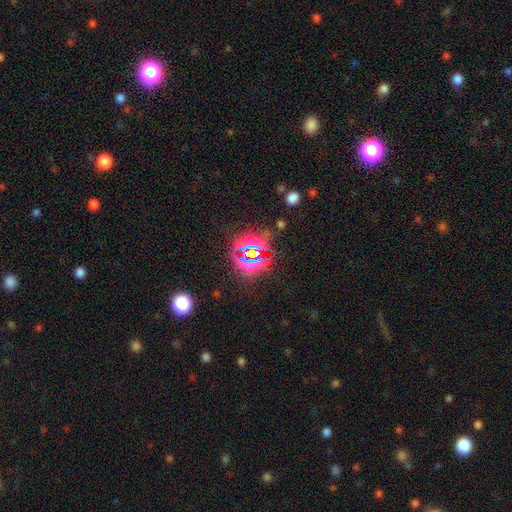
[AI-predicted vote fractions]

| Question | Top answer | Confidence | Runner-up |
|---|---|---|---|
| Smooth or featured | star or artifact | 81% | smooth (12%) |